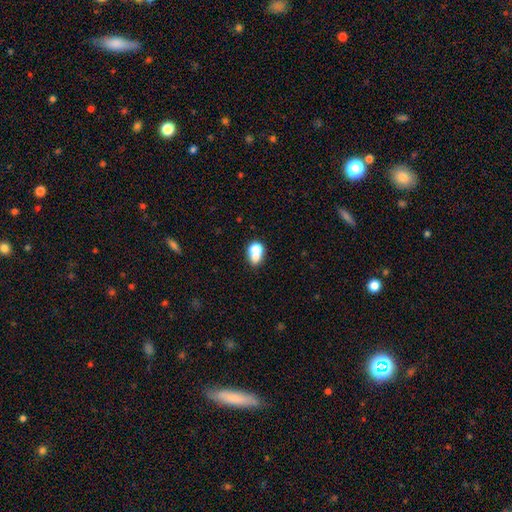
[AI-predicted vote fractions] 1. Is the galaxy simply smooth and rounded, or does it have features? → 70% smooth, 19% featured or disk, 11% star or artifact.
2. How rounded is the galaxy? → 57% in between, 41% round, 2% cigar-shaped.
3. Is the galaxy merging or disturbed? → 47% merger, 32% none, 13% minor disturbance, 8% major disturbance.